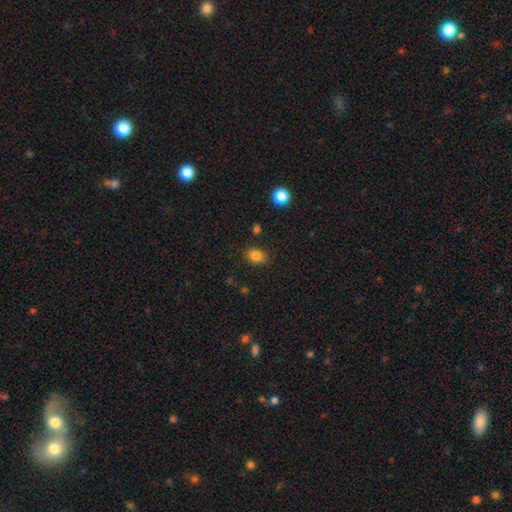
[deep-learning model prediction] Smooth or featured?
  - smooth: 83% *
  - star or artifact: 11%
  - featured or disk: 6%
How rounded?
  - in between: 72% *
  - round: 27%
  - cigar-shaped: 1%
Merging?
  - none: 84% *
  - minor disturbance: 11%
  - major disturbance: 3%
  - merger: 2%